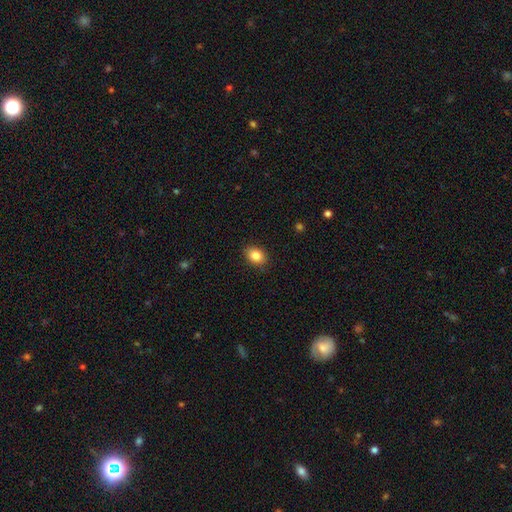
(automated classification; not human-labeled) This appears to be a smooth galaxy with no disk features (86%) that is in between round and cigar-shaped (70%). Merging: none (88%).